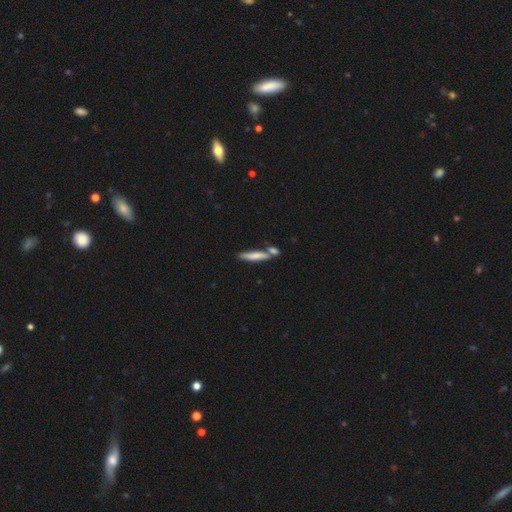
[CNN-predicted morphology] type=smooth (68%); roundness=cigar-shaped (85%); merging=none (57%).